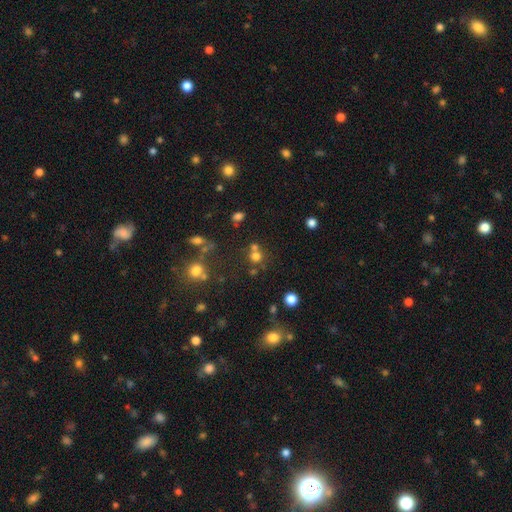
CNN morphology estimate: smooth_or_featured: smooth (p=0.67) [alt: star or artifact p=0.23]
how_rounded: round (p=0.88) [alt: in between p=0.11]
merging: none (p=0.56) [alt: merger p=0.31]